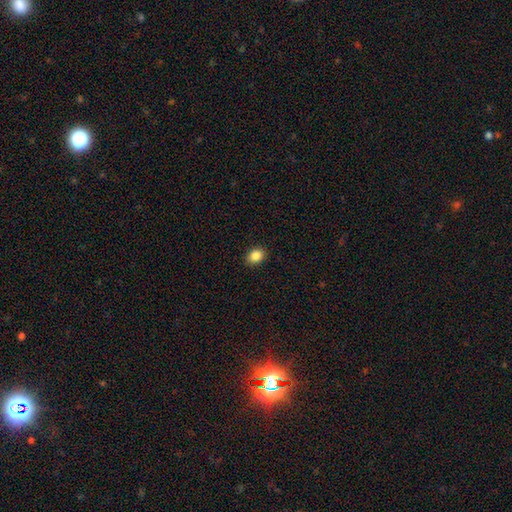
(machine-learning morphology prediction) Smooth or featured? smooth (86%)
How rounded? in between (67%)
Merging? none (90%)